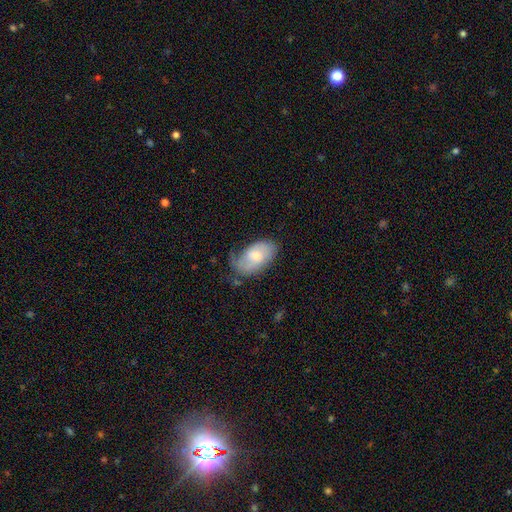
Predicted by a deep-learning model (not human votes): Smooth or featured? smooth (48%)
Merging? none (50%)